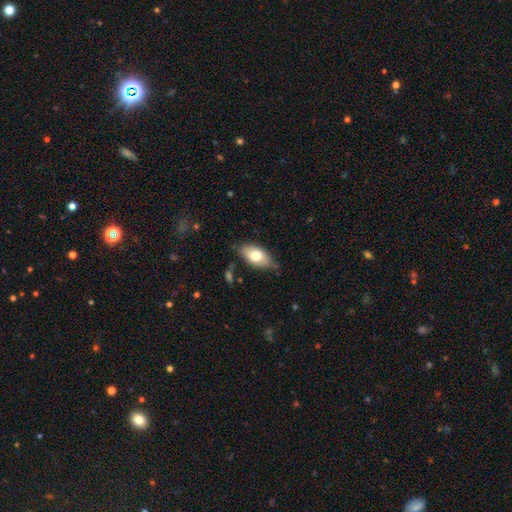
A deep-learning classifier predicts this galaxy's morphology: Smooth or featured? smooth (74%)
How rounded? in between (92%)
Merging? none (76%)